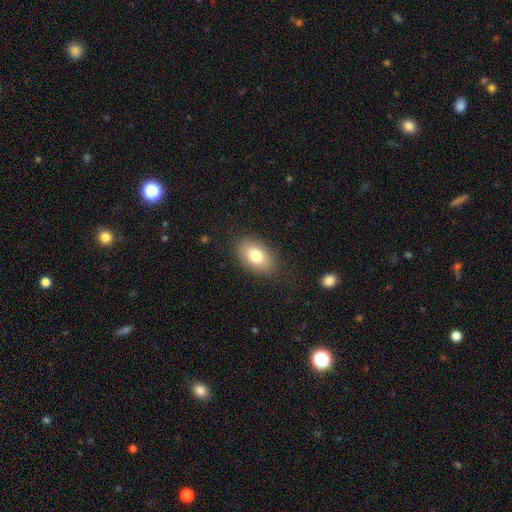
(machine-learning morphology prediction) Smooth or featured? Predicted: smooth (p=0.79). How rounded? Predicted: in between (p=0.89). Merging? Predicted: none (p=0.84).